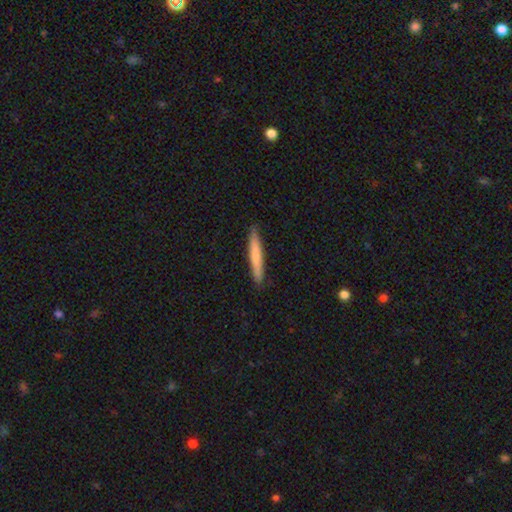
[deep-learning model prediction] Smooth or featured? Predicted: smooth (p=0.72). How rounded? Predicted: cigar-shaped (p=0.96). Merging? Predicted: none (p=0.90).